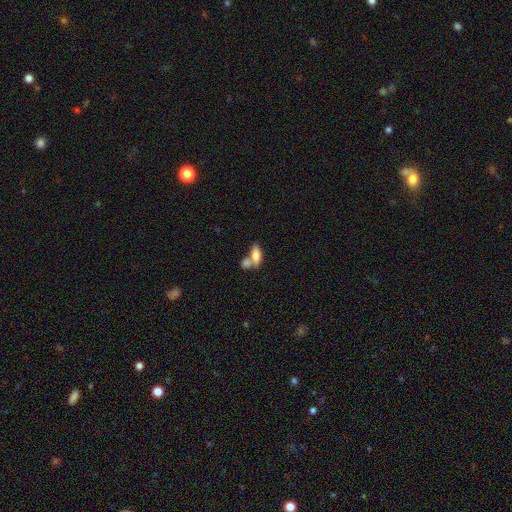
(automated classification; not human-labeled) smooth 78%, featured or disk 14%, star or artifact 8%. Down the decision tree: how rounded — in between (85%); merging — merger (52%).